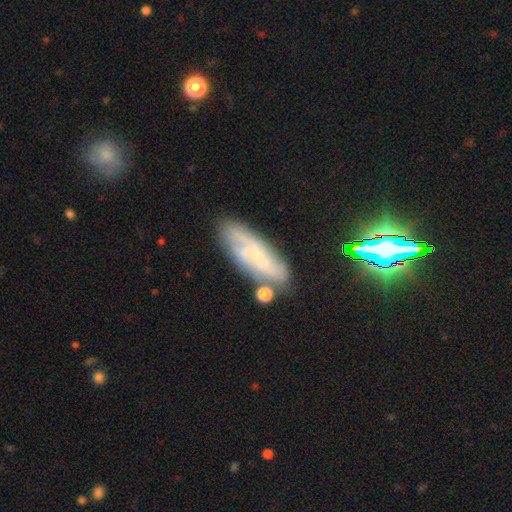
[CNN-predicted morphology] This is possibly a featured or disk galaxy (56%). It is clearly not viewed edge-on (83%). Merging: likely none (73%).